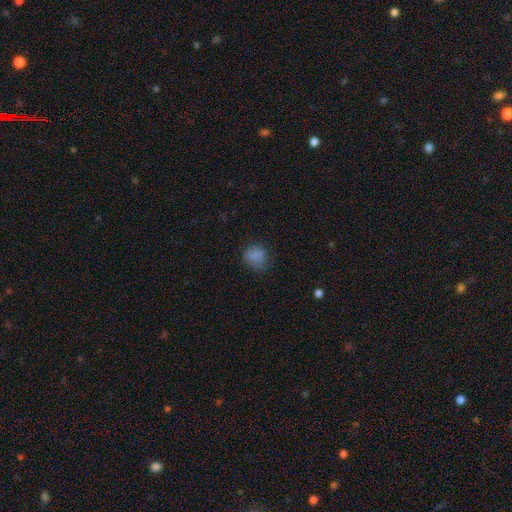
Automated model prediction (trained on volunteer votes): This appears to be a smooth galaxy with no disk features (82%) that is round (75%). Merging: none (73%).